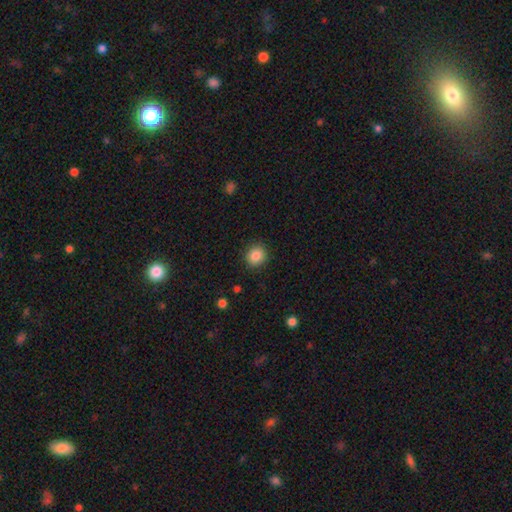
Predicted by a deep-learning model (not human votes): Smooth or featured: smooth — 85% (star or artifact — 10%)
How rounded: round — 86% (in between — 14%)
Merging: none — 90% (minor disturbance — 7%)